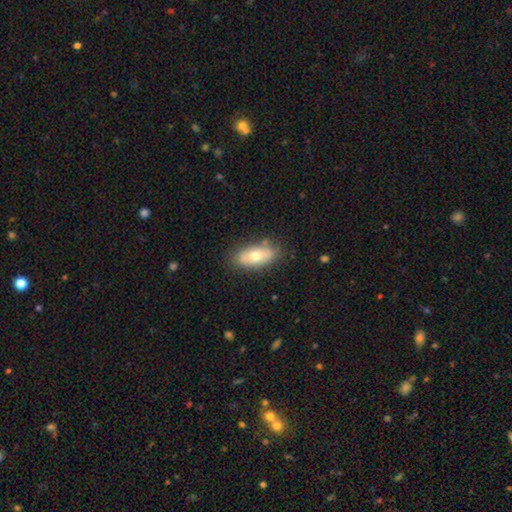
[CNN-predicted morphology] type=smooth (65%); roundness=in between (87%); merging=none (80%).